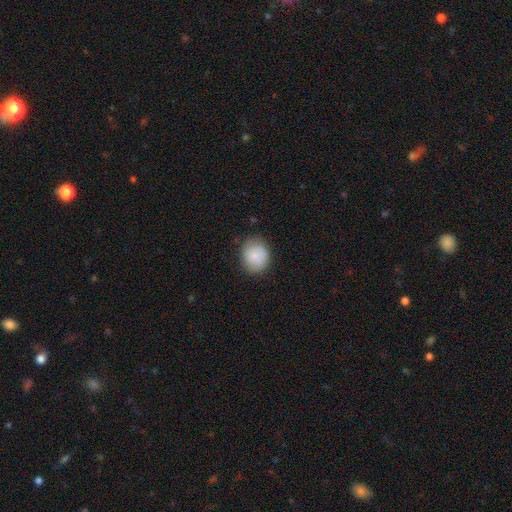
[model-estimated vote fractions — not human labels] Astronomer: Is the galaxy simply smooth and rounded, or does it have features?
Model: smooth — 86%.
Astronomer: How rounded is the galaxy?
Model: round — 69%.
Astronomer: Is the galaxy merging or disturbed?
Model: none — 81%.